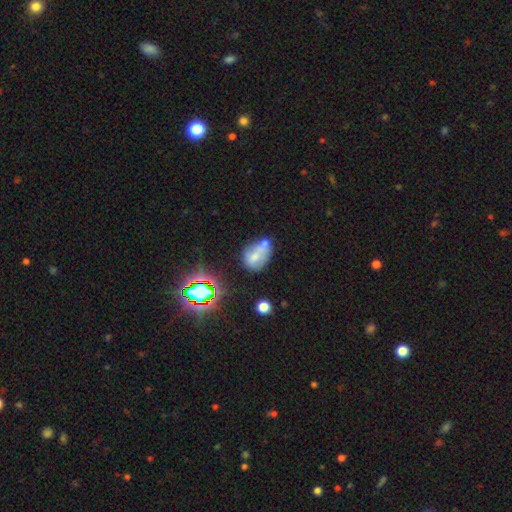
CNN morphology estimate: Overall: smooth (54%; featured or disk 28%). How rounded: in between (72%). Merging: merger (34%; none 30%).